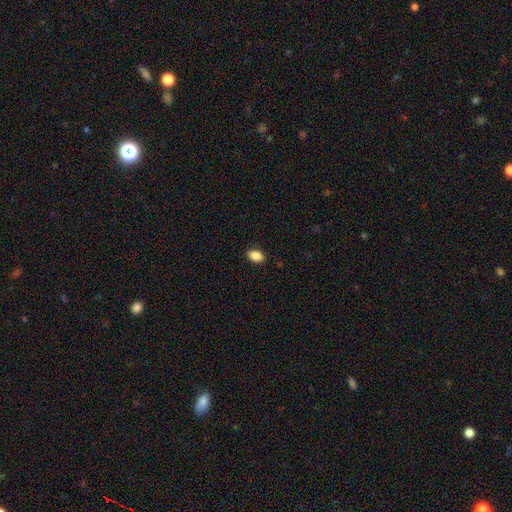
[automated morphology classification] Smooth or featured?
  - smooth: 88% *
  - star or artifact: 8%
  - featured or disk: 4%
How rounded?
  - in between: 88% *
  - round: 11%
  - cigar-shaped: 2%
Merging?
  - none: 88% *
  - minor disturbance: 9%
  - major disturbance: 2%
  - merger: 1%